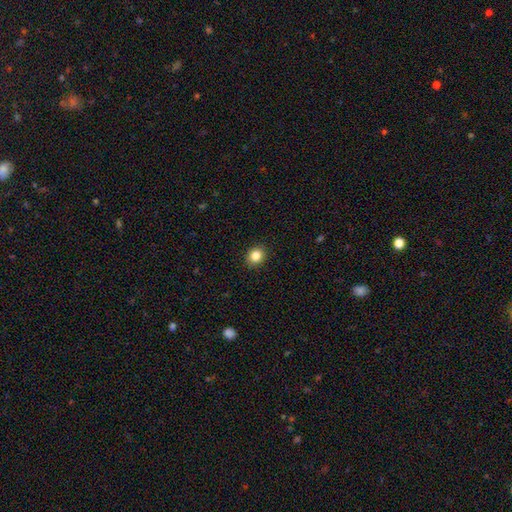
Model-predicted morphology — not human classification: Smooth or featured: smooth — 85% (star or artifact — 10%)
How rounded: round — 67% (in between — 32%)
Merging: none — 91% (minor disturbance — 6%)